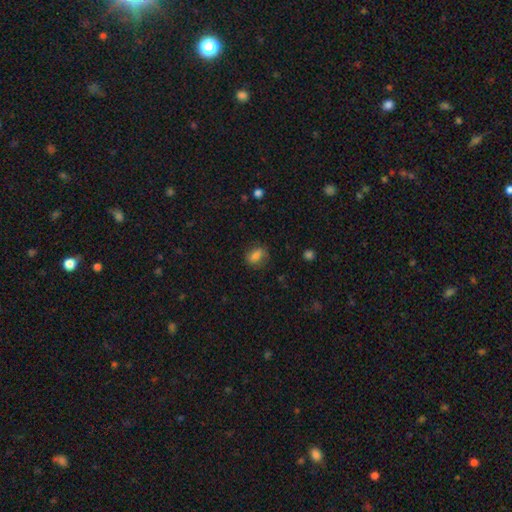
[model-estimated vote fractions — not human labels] The model was most divided on "how rounded": in between: 74%, round: 21%, cigar-shaped: 4%. More confident: smooth or featured — smooth (81%); merging — none (74%).